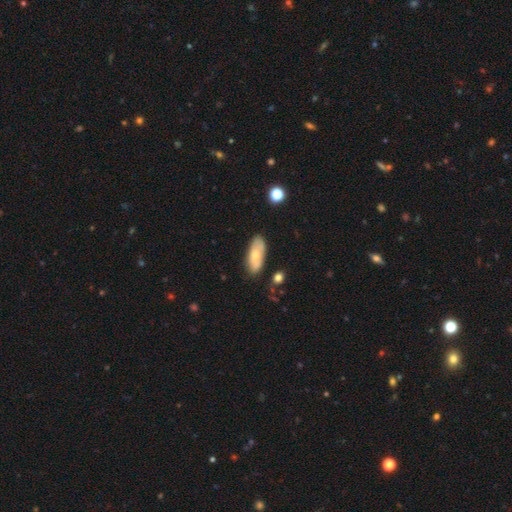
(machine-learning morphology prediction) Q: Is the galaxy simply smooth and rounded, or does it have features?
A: smooth — 67%.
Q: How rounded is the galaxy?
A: in between — 79%.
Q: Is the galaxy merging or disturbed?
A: none — 75%.